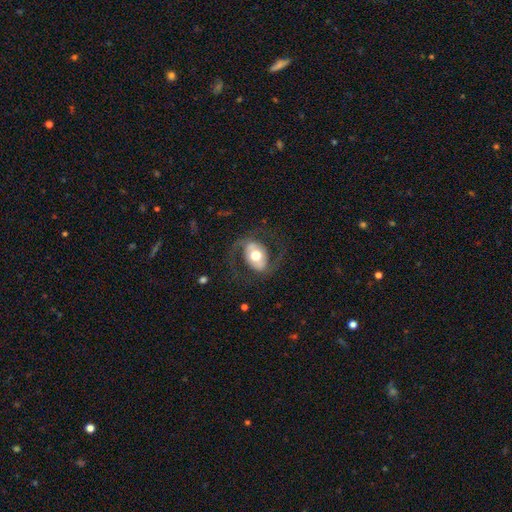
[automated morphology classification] smooth-or-featured: featured or disk: 66% | smooth: 28% | star or artifact: 6%
  disk-edge-on: no: 95% | yes: 5%
    bar: no: 52% | weak: 28% | strong: 20%
    has-spiral-arms: yes: 72% | no: 28%
    bulge-size: moderate: 62% | large: 28% | small: 5% | dominant: 4% | none: 1%
  merging: none: 69% | major disturbance: 16% | minor disturbance: 13% | merger: 1%